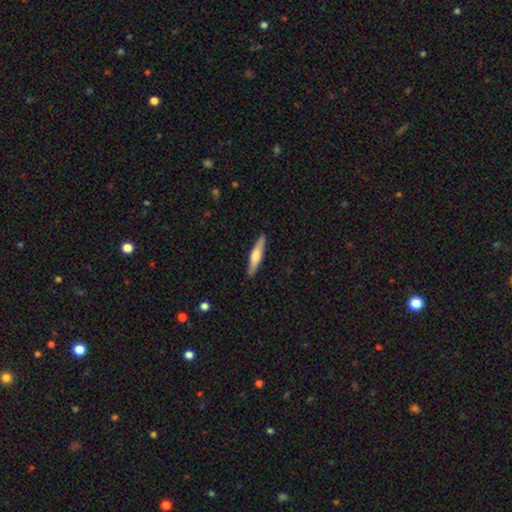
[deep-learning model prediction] Smooth or featured? Predicted: smooth (p=0.47, tied with featured or disk). Merging? Predicted: none (p=0.89).